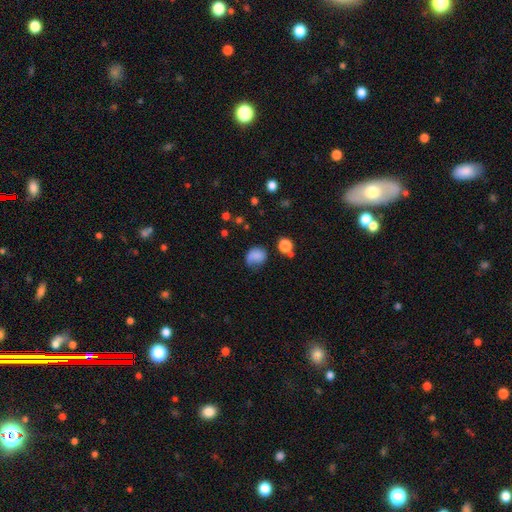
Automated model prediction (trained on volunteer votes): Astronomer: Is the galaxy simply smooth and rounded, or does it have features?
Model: smooth — 73%.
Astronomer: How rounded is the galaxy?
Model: round — 60% (runner-up: in between, 39%).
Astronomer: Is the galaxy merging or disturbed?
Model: none — 44% (runner-up: minor disturbance, 30%).